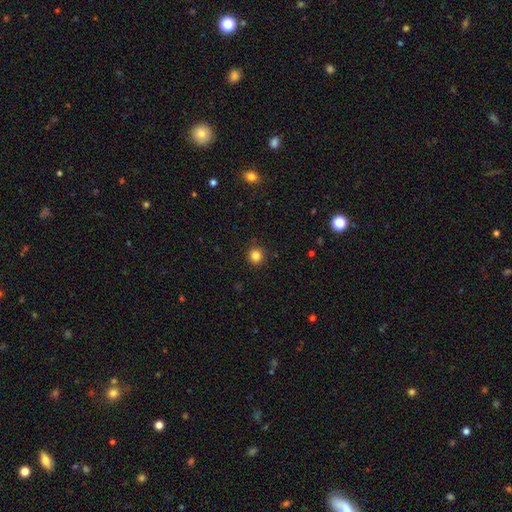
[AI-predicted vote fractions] Smooth or featured?
  - smooth: 84% *
  - star or artifact: 12%
  - featured or disk: 4%
How rounded?
  - round: 93% *
  - in between: 6%
  - cigar-shaped: 1%
Merging?
  - none: 89% *
  - minor disturbance: 8%
  - major disturbance: 2%
  - merger: 1%